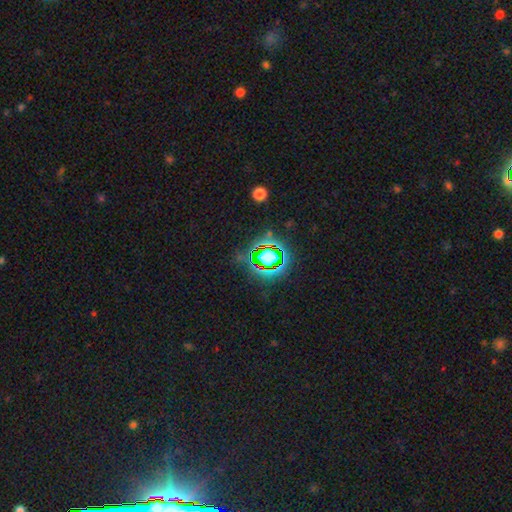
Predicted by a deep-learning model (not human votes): Smooth or featured? Predicted: star or artifact (p=0.82).